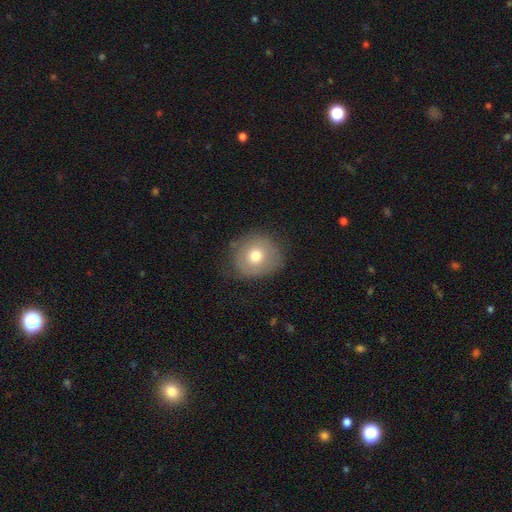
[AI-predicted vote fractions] The model was most divided on "smooth or featured": smooth: 66%, featured or disk: 25%, star or artifact: 9%. More confident: how rounded — round (83%); merging — none (75%).